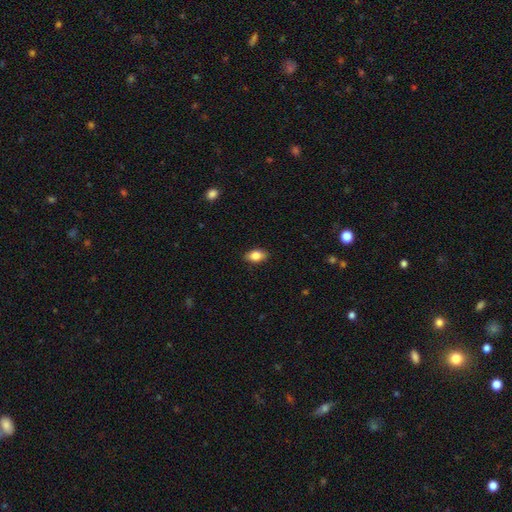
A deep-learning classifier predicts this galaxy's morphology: smooth 83%, featured or disk 10%, star or artifact 8%. Down the decision tree: how rounded — in between (88%); merging — none (87%).